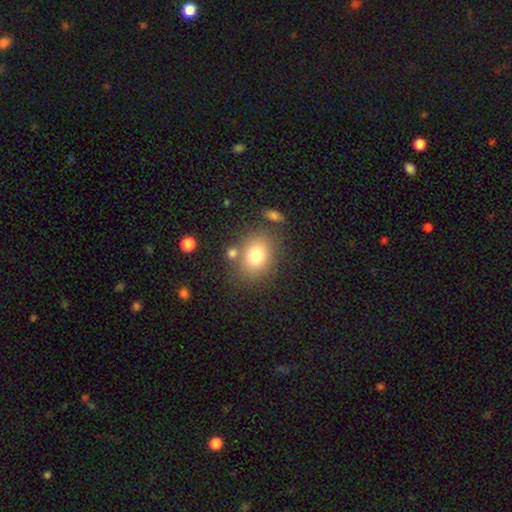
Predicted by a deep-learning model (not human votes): Morphology: type=smooth (77%); roundness=round (52%); merging=none (72%).